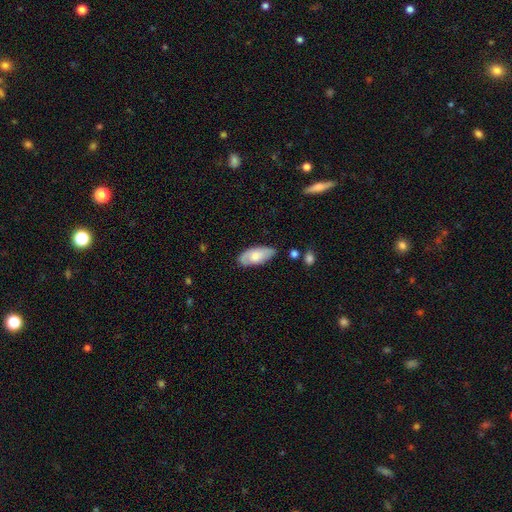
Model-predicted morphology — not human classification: type=smooth (67%); roundness=in between (90%); merging=none (72%).